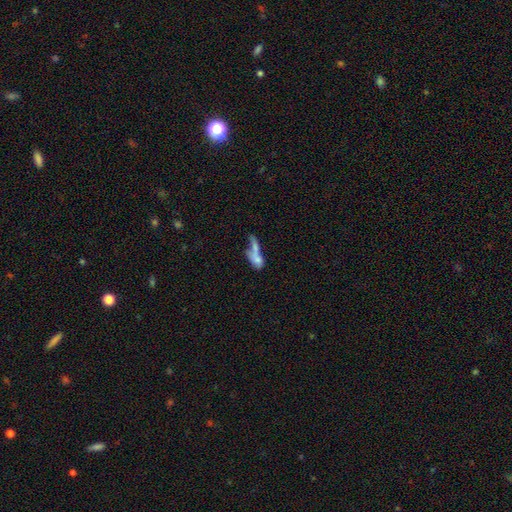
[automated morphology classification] Overall: smooth (59%; featured or disk 30%). How rounded: in between (55%; cigar-shaped 38%). Merging: merger (55%; none 19%).